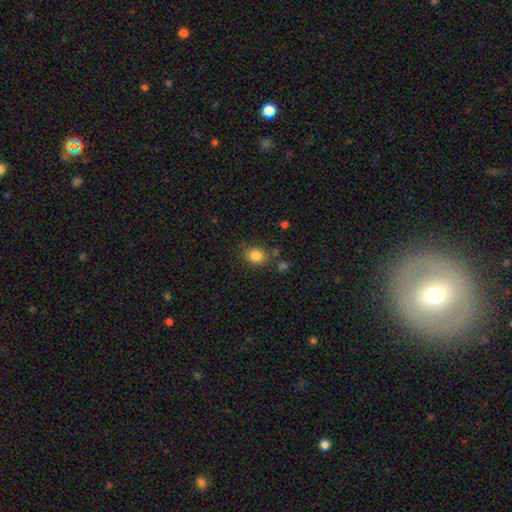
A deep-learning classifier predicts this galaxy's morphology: smooth-or-featured: smooth: 83% | star or artifact: 11% | featured or disk: 6%
  how-rounded: round: 57% | in between: 42% | cigar-shaped: 1%
  merging: none: 76% | minor disturbance: 14% | merger: 6% | major disturbance: 4%